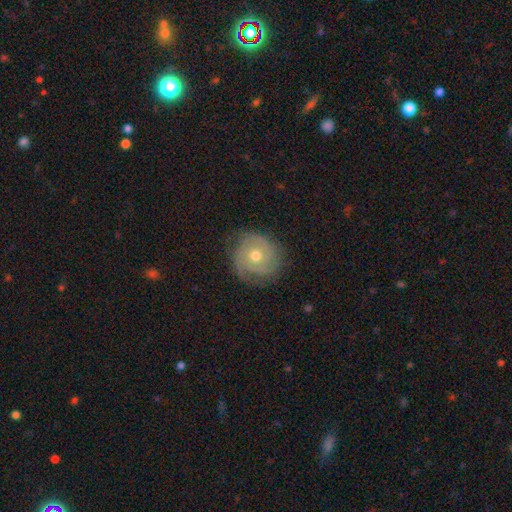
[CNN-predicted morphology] type=featured or disk (75%); edge-on=no (97%); bar=no (82%); spiral arms=yes (89%); winding=tight (72%); arm count=2 (30%); bulge=moderate (73%); merging=none (76%).